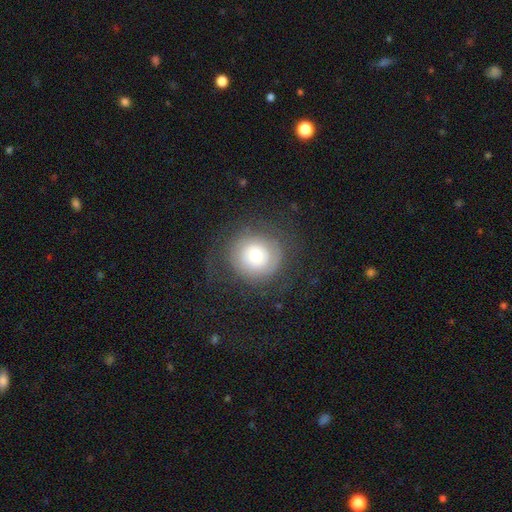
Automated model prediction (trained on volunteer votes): Smooth or featured: smooth — 55% (featured or disk — 34%)
How rounded: round — 93% (in between — 6%)
Merging: none — 74% (minor disturbance — 13%)